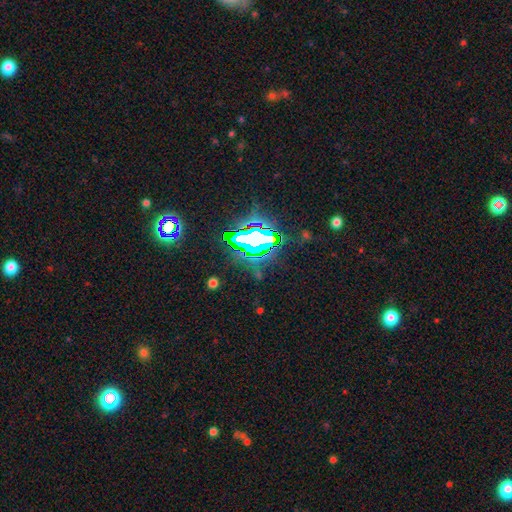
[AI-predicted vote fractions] A star or artifact, not a galaxy (79%).

Vote fractions:
- Smooth or featured? star or artifact: 79% / smooth: 12% / featured or disk: 9%